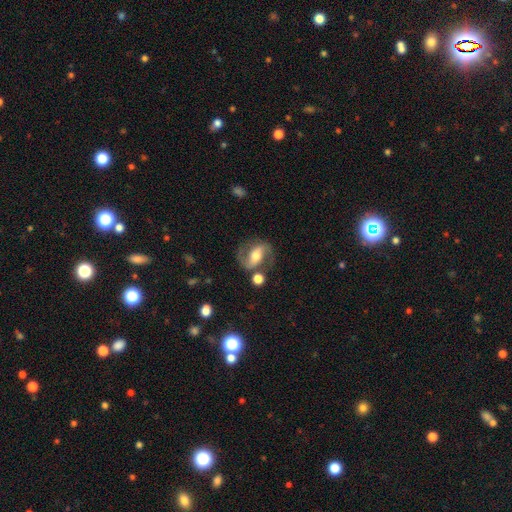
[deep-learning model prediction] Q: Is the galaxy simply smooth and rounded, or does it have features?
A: featured or disk — 81%.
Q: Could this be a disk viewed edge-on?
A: no — 96%.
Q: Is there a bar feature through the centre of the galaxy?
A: strong — 40%.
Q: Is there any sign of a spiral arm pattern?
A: yes — 93%.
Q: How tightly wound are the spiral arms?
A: medium — 54%.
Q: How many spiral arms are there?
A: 2 — 92%.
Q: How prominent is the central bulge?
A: moderate — 67%.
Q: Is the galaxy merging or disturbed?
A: none — 75%.